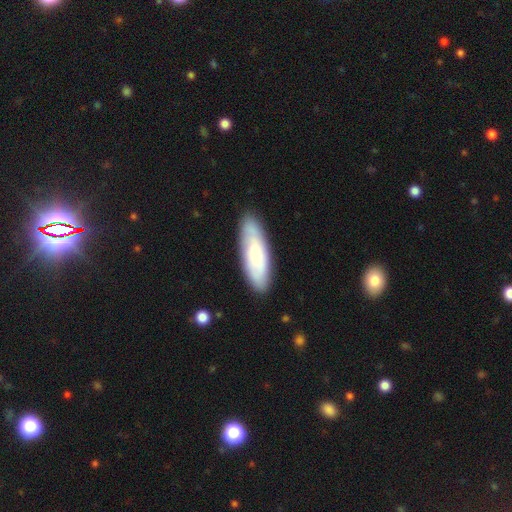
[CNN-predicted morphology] smooth 63%, featured or disk 31%, star or artifact 6%. Down the decision tree: how rounded — in between (52%); merging — none (85%).